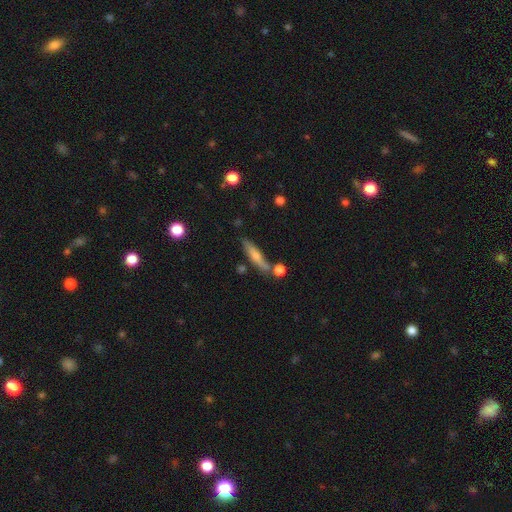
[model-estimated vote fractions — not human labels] smooth_or_featured: featured or disk (p=0.48) [alt: smooth p=0.43]
merging: none (p=0.72) [alt: minor disturbance p=0.14]